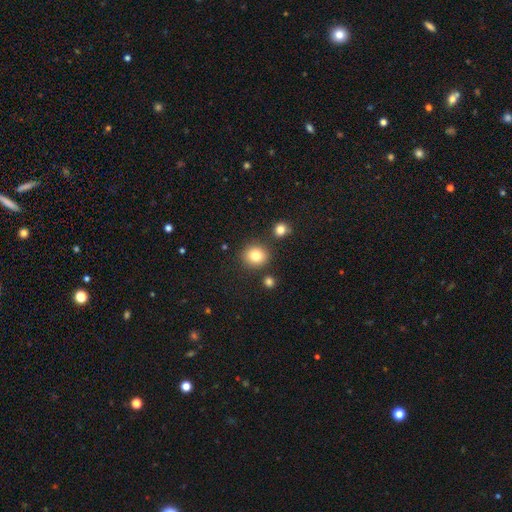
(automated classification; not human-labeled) Smooth or featured? smooth (82%)
How rounded? round (86%)
Merging? none (84%)